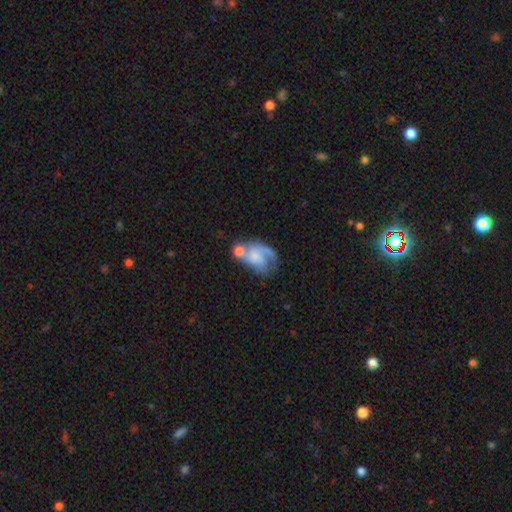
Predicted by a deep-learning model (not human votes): The model was most divided on "merging": merger: 29%, none: 27%, major disturbance: 26%, minor disturbance: 18%. Remaining: edge-on disk — no (97%); bar — no (73%); spiral arms — yes (71%); smooth or featured — featured or disk (55%); bulge size — none (41%).